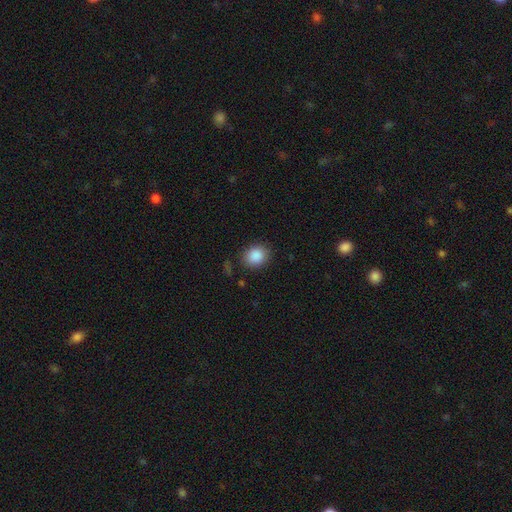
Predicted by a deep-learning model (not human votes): Overall: smooth (88%). How rounded: round (60%; in between 39%). Merging: none (84%).